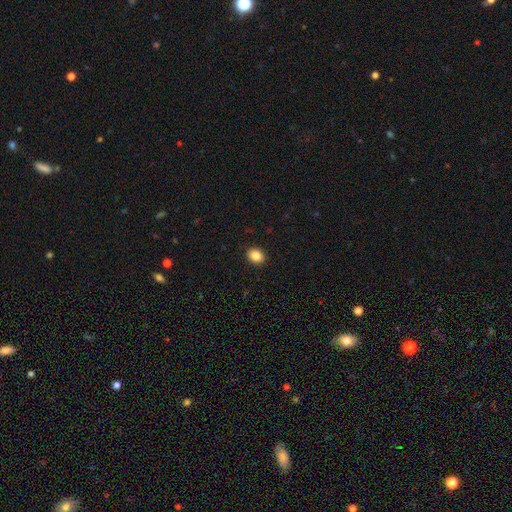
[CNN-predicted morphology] Smooth or featured?
  - smooth: 87% *
  - star or artifact: 9%
  - featured or disk: 4%
How rounded?
  - in between: 54% *
  - round: 45%
  - cigar-shaped: 1%
Merging?
  - none: 91% *
  - minor disturbance: 6%
  - major disturbance: 2%
  - merger: 1%